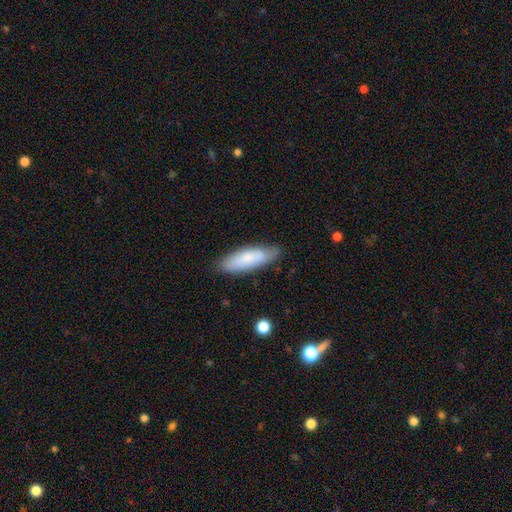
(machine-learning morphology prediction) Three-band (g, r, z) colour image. It shows a smooth galaxy with no disk features (76%) that is in between round and cigar-shaped (57%). Merging: none (73%).